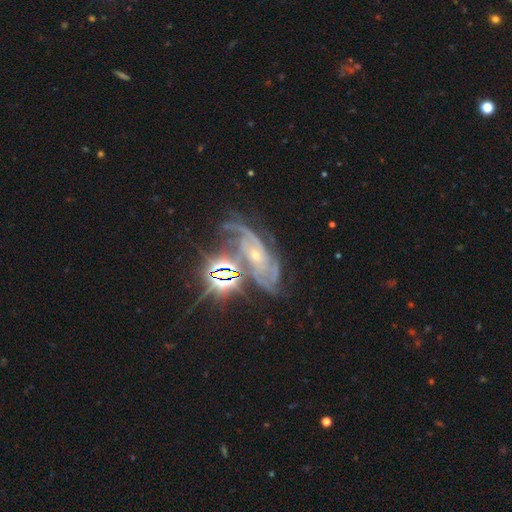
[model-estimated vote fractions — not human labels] Smooth or featured?
  - featured or disk: 79% *
  - star or artifact: 15%
  - smooth: 5%
Edge-on disk?
  - no: 94% *
  - yes: 6%
Bar?
  - no: 62% *
  - weak: 25%
  - strong: 12%
Spiral arms?
  - yes: 97% *
  - no: 3%
Spiral winding?
  - tight: 55% *
  - medium: 36%
  - loose: 9%
Spiral arm count?
  - 3: 26% *
  - 2: 24%
  - can't tell: 23%
  - 4: 13%
  - more than 4: 8%
  - 1: 7%
Bulge size?
  - small: 77% *
  - moderate: 19%
  - none: 2%
  - large: 1%
  - dominant: 1%
Merging?
  - none: 57% *
  - minor disturbance: 20%
  - major disturbance: 14%
  - merger: 9%